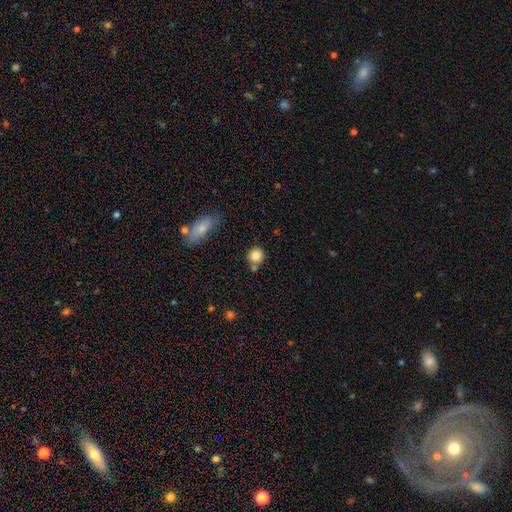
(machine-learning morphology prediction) Smooth or featured? smooth (85%)
How rounded? round (88%)
Merging? none (70%)